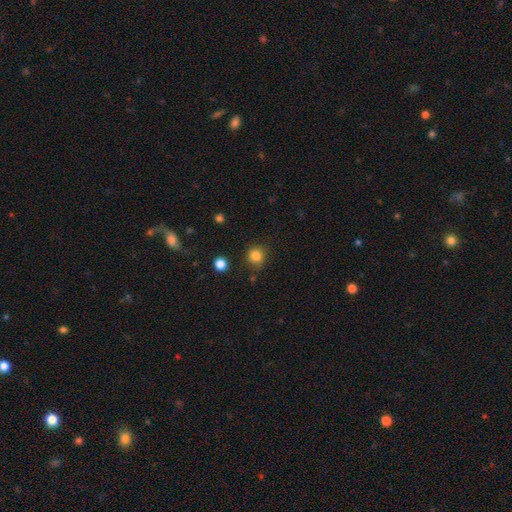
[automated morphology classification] Q: Smooth or featured?
A: smooth (84%); runner-up: star or artifact (12%)
Q: How rounded?
A: round (87%); runner-up: in between (12%)
Q: Merging?
A: none (83%); runner-up: minor disturbance (10%)